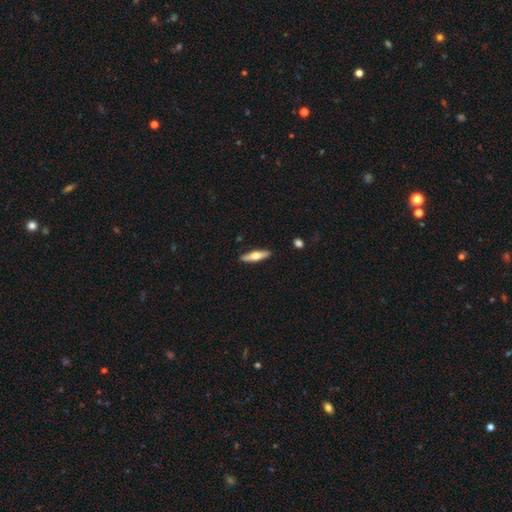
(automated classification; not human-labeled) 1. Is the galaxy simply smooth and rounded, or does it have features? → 51% smooth, 44% featured or disk, 5% star or artifact.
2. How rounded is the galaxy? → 64% cigar-shaped, 34% in between, 2% round.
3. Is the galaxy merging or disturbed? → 90% none, 7% minor disturbance, 1% major disturbance, 1% merger.